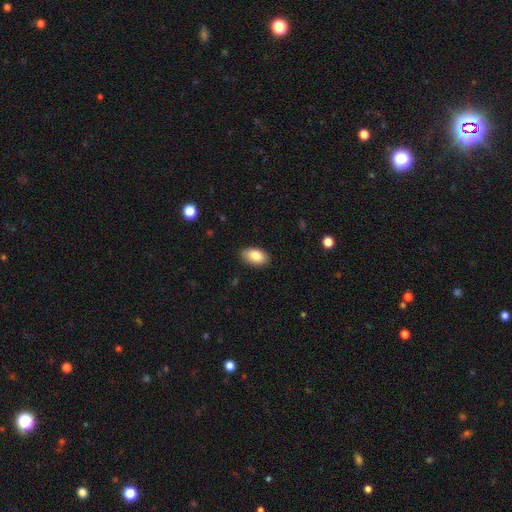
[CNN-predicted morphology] A smooth galaxy with no disk features (85%) that is in between round and cigar-shaped (93%).

Vote fractions:
- Smooth or featured? smooth: 85% / featured or disk: 9% / star or artifact: 7%
- How rounded? in between: 93% / round: 5% / cigar-shaped: 2%
- Merging? none: 87% / minor disturbance: 10% / major disturbance: 2% / merger: 1%